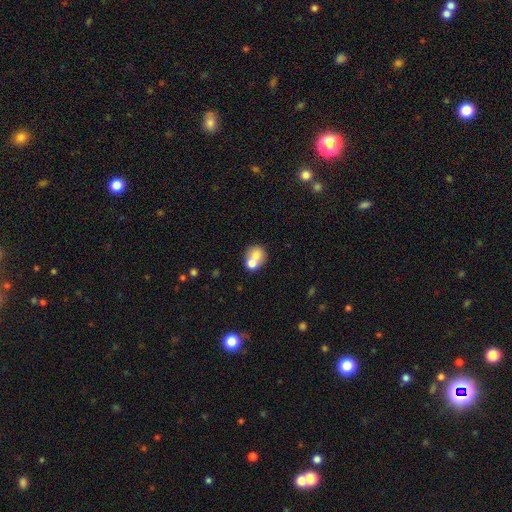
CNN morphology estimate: smooth 68%, featured or disk 23%, star or artifact 9%. Down the decision tree: how rounded — round (67%); merging — merger (59%).